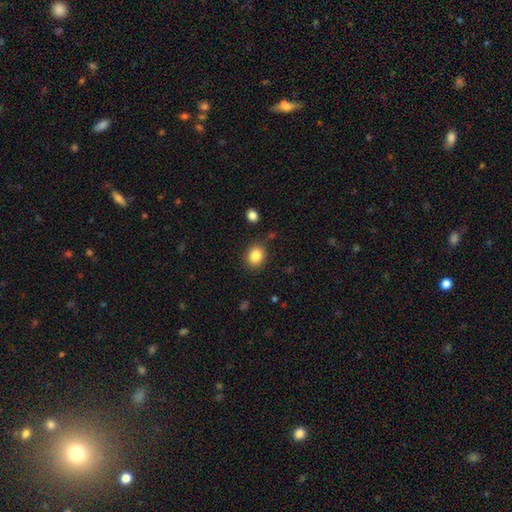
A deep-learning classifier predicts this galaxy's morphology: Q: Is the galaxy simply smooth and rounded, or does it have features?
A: smooth — 84%.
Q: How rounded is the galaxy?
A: round — 60%.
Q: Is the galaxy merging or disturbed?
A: none — 85%.